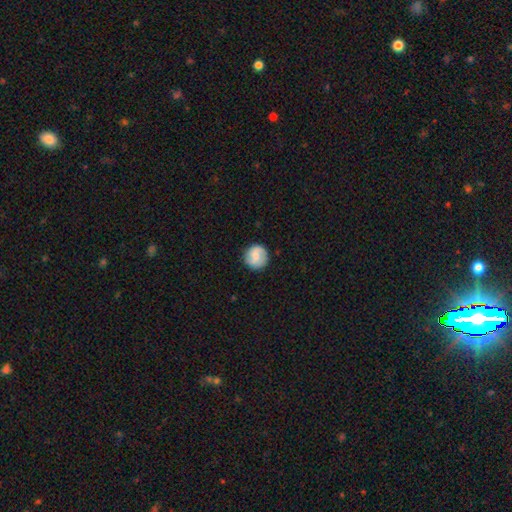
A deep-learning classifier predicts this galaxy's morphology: The model was most divided on "smooth or featured": smooth: 52%, featured or disk: 41%, star or artifact: 7%. More confident: how rounded — round (92%); merging — none (85%).